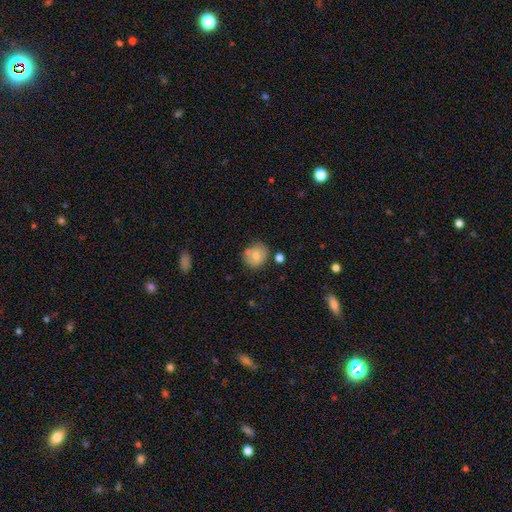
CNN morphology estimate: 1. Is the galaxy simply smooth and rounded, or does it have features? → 72% smooth, 18% featured or disk, 9% star or artifact.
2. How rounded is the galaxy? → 72% round, 27% in between, 1% cigar-shaped.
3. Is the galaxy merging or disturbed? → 66% none, 16% minor disturbance, 13% merger, 4% major disturbance.